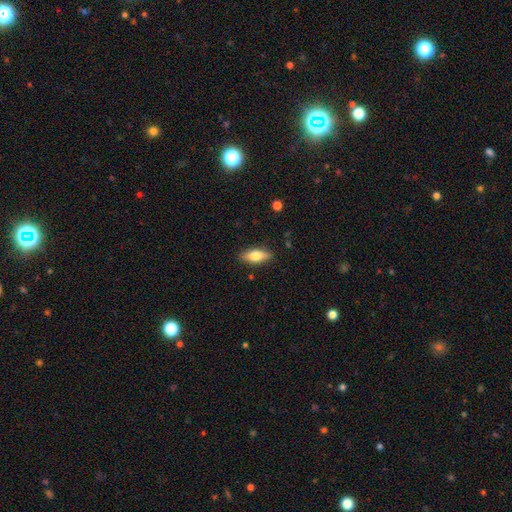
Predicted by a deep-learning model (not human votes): Overall: smooth (71%). How rounded: in between (69%). Merging: none (86%).